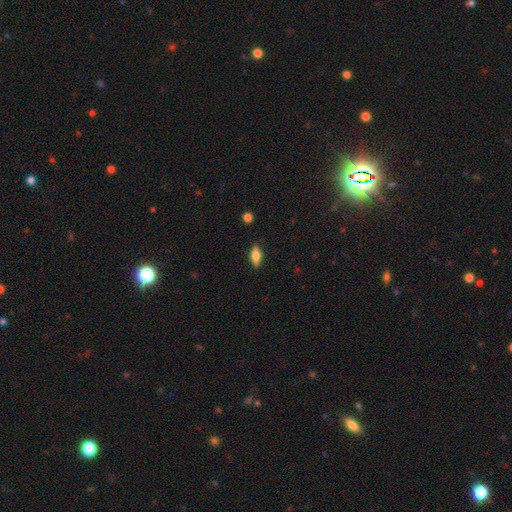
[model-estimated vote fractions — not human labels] smooth 55%, featured or disk 38%, star or artifact 8%. Down the decision tree: how rounded — in between (72%); merging — none (86%).